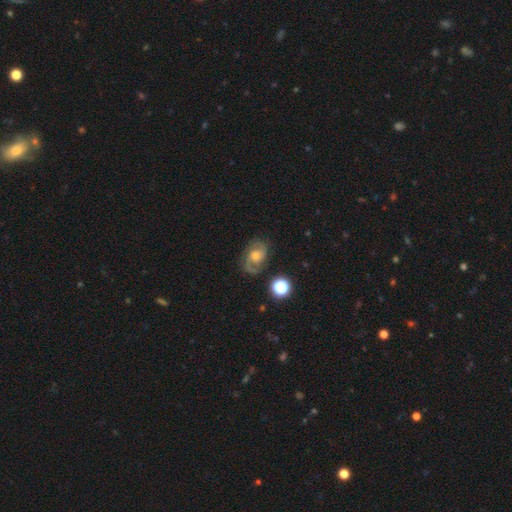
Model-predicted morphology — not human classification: A featured or disk galaxy (76%) with no bar (59%), 2 (83%) medium (52%) spiral arms (94%) and a moderate central bulge (59%). Merging: none (76%).